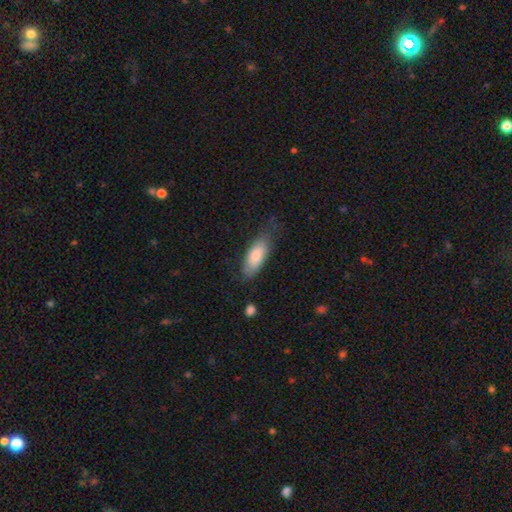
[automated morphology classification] type=smooth (79%); roundness=in between (78%); merging=none (63%).